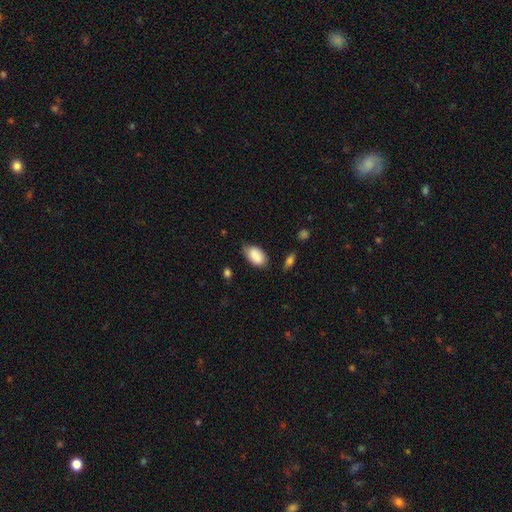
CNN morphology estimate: Smooth or featured? smooth (87%)
How rounded? in between (92%)
Merging? none (67%)